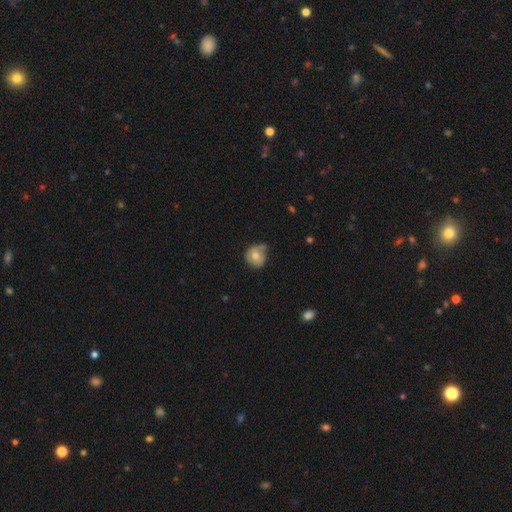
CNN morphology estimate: type=smooth (65%); roundness=round (83%); merging=none (51%).